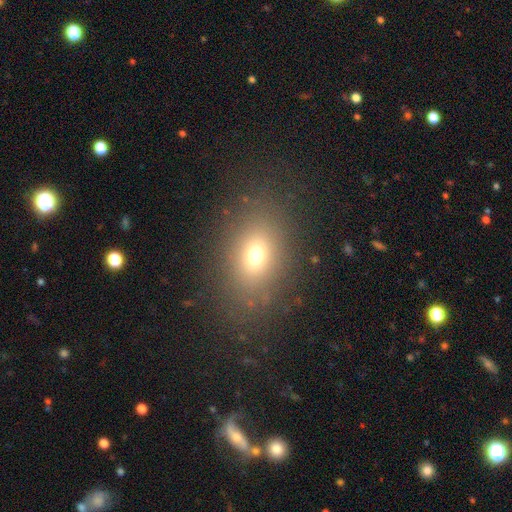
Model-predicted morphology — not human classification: The model was most divided on "how rounded": in between: 69%, round: 29%, cigar-shaped: 2%. More confident: merging — none (81%); smooth or featured — smooth (68%).